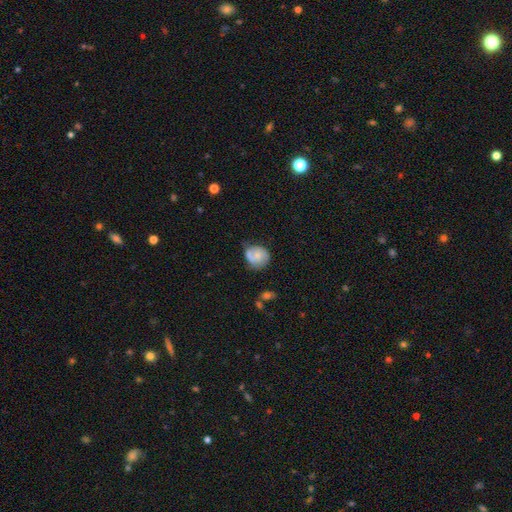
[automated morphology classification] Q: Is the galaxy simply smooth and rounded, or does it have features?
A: featured or disk — 49%.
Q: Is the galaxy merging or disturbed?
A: none — 54%.